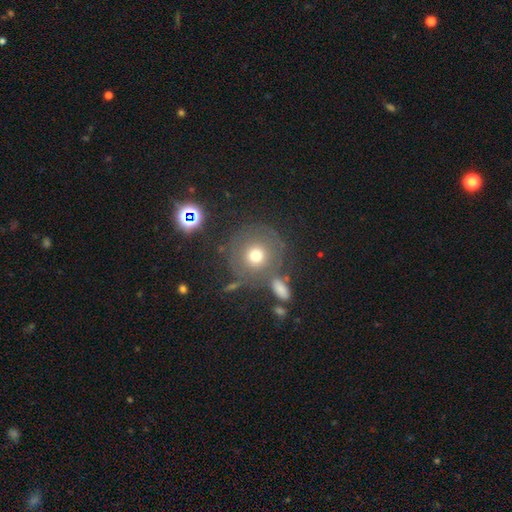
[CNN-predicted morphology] This is likely a smooth galaxy (63%). How rounded: clearly round (92%). Merging: likely none (72%).